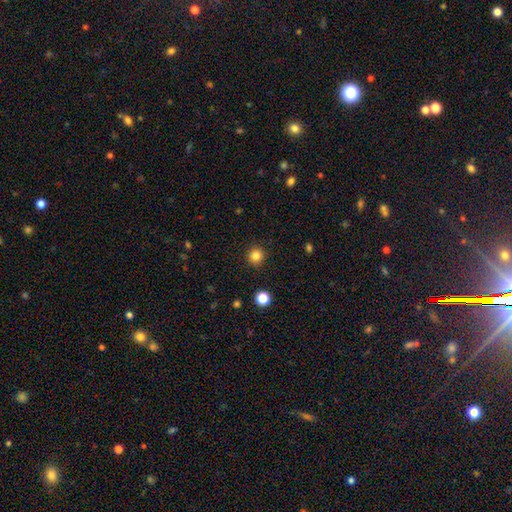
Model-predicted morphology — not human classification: Smooth or featured? Predicted: smooth (p=0.83). How rounded? Predicted: round (p=0.94). Merging? Predicted: none (p=0.92).